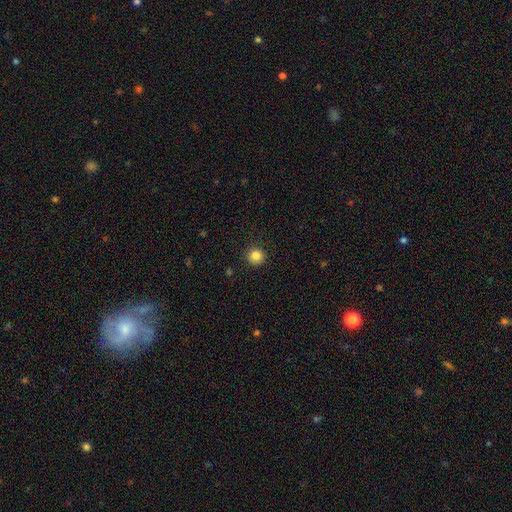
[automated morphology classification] Smooth or featured?
  - smooth: 85% *
  - star or artifact: 11%
  - featured or disk: 4%
How rounded?
  - round: 95% *
  - in between: 4%
  - cigar-shaped: 1%
Merging?
  - none: 91% *
  - minor disturbance: 6%
  - major disturbance: 2%
  - merger: 1%